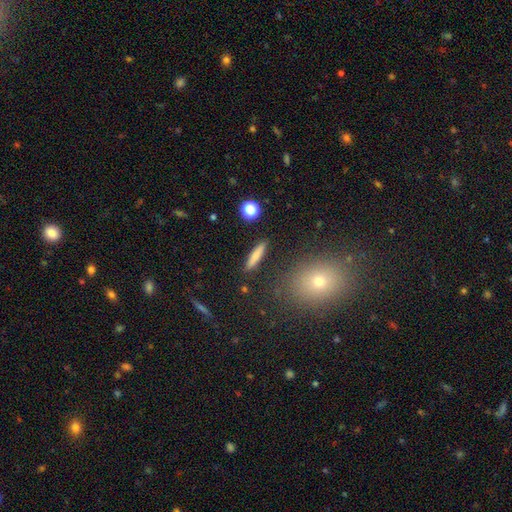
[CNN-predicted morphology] This is likely a smooth galaxy (77%). How rounded: clearly cigar-shaped (85%). Merging: clearly none (89%).